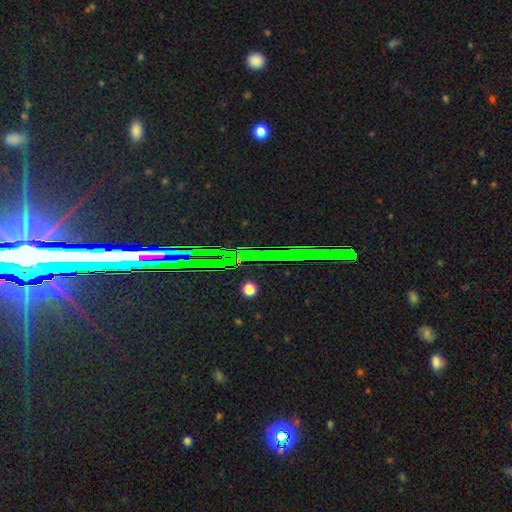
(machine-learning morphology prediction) star or artifact 80%, featured or disk 13%, smooth 7%.